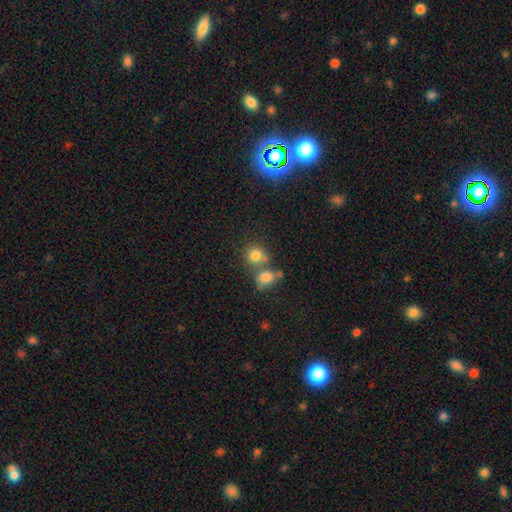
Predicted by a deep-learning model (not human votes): smooth_or_featured: smooth (p=0.79) [alt: star or artifact p=0.12]
how_rounded: round (p=0.82) [alt: in between p=0.17]
merging: none (p=0.50) [alt: merger p=0.37]